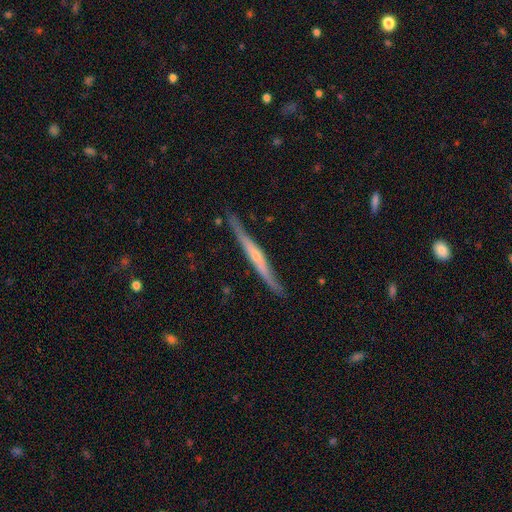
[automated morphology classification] Smooth or featured? featured or disk (76%)
Edge-on disk? yes (98%)
Edge-on bulge? rounded (62%)
Merging? none (88%)